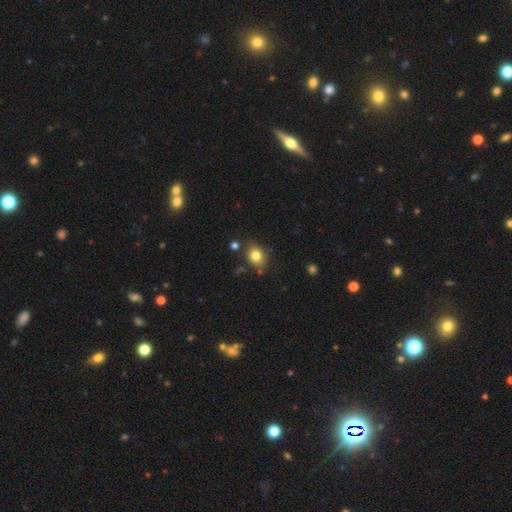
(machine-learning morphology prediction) Q: Smooth or featured?
A: smooth (81%); runner-up: star or artifact (11%)
Q: How rounded?
A: round (50%); runner-up: in between (49%)
Q: Merging?
A: none (78%); runner-up: minor disturbance (14%)